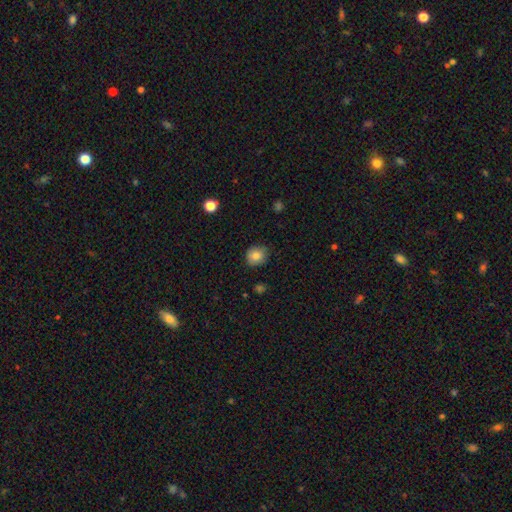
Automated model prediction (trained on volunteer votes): Q: Smooth or featured?
A: smooth (83%); runner-up: star or artifact (9%)
Q: How rounded?
A: round (74%); runner-up: in between (25%)
Q: Merging?
A: none (83%); runner-up: minor disturbance (14%)